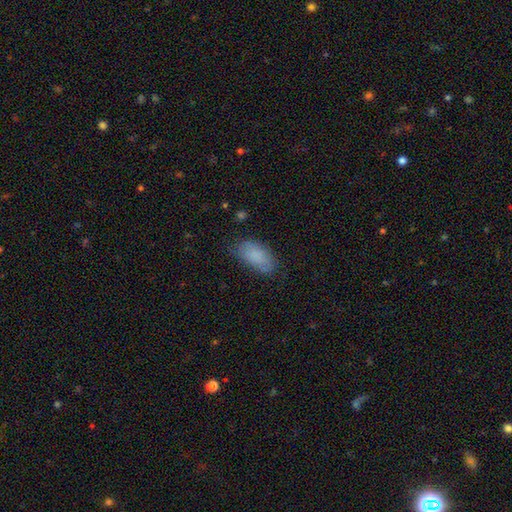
Smooth or featured: smooth — 85% (featured or disk — 12%)
How rounded: in between — 85% (cigar-shaped — 9%)
Merging: none — 77% (minor disturbance — 15%)